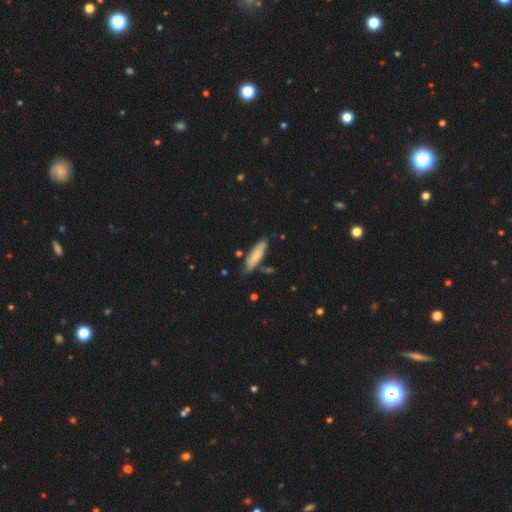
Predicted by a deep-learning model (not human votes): A smooth galaxy with no disk features (77%) that is cigar-shaped (62%).

Vote fractions:
- Smooth or featured? smooth: 77% / featured or disk: 17% / star or artifact: 6%
- How rounded? cigar-shaped: 62% / in between: 36% / round: 2%
- Merging? none: 73% / minor disturbance: 19% / merger: 5% / major disturbance: 3%